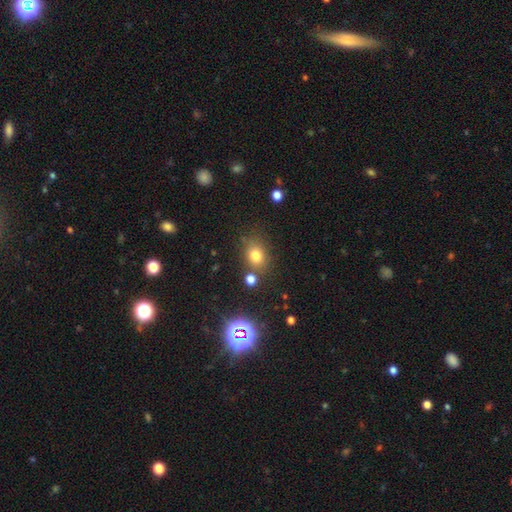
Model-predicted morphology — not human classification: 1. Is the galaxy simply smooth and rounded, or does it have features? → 75% smooth, 16% star or artifact, 9% featured or disk.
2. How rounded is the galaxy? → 54% round, 44% in between, 1% cigar-shaped.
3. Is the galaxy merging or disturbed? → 72% none, 13% minor disturbance, 10% merger, 5% major disturbance.